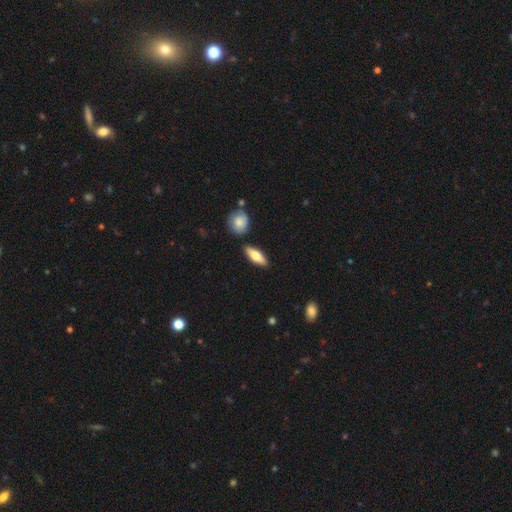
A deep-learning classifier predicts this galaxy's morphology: Q: Smooth or featured?
A: smooth (66%); runner-up: featured or disk (29%)
Q: How rounded?
A: in between (64%); runner-up: cigar-shaped (33%)
Q: Merging?
A: none (86%); runner-up: minor disturbance (8%)